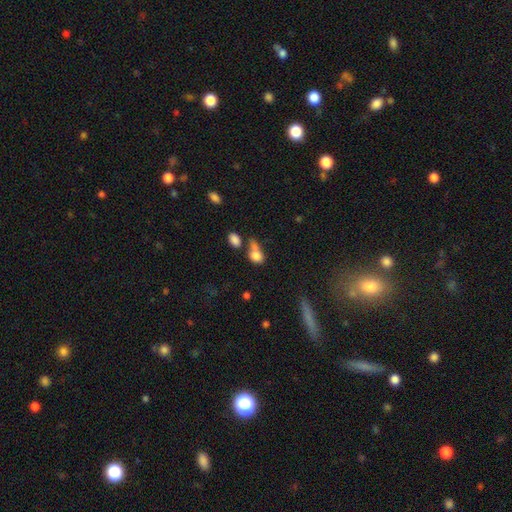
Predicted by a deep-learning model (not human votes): This appears to be a smooth galaxy with no disk features (79%) that is in between round and cigar-shaped (65%). Merging: merger (47%).